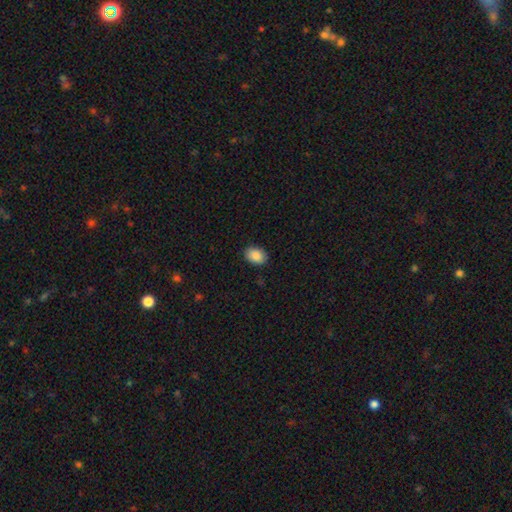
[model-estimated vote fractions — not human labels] smooth_or_featured: smooth (p=0.88) [alt: star or artifact p=0.07]
how_rounded: in between (p=0.80) [alt: round p=0.19]
merging: none (p=0.89) [alt: minor disturbance p=0.08]